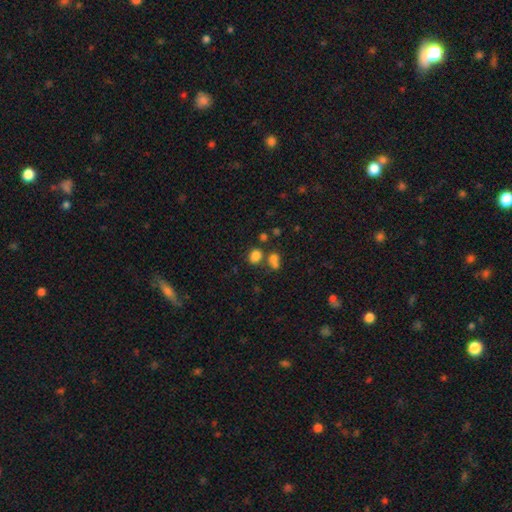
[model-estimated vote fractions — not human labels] Smooth or featured: smooth — 78% (star or artifact — 15%)
How rounded: in between — 57% (round — 42%)
Merging: none — 57% (merger — 26%)